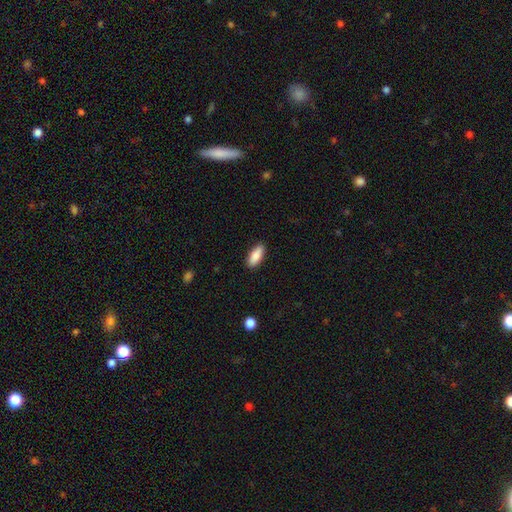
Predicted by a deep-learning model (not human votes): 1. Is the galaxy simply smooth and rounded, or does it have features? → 87% smooth, 7% featured or disk, 6% star or artifact.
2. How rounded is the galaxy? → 78% in between, 20% cigar-shaped, 2% round.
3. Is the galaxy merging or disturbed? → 88% none, 9% minor disturbance, 2% major disturbance, 1% merger.